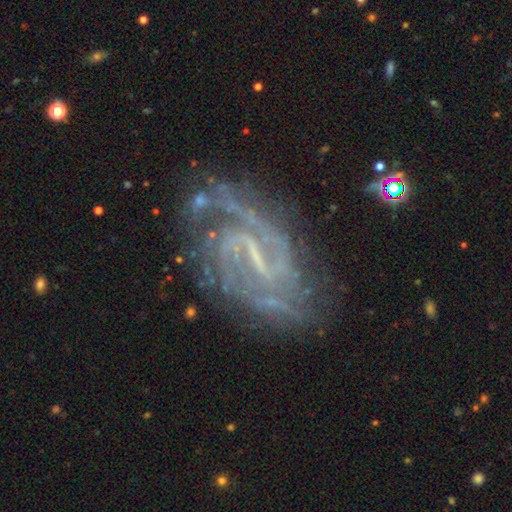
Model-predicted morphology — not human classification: A featured or disk galaxy (85%) with a weak bar (46%), 2 (57%) tight (45%) spiral arms (96%) and a small central bulge (50%). Merging: none (73%).